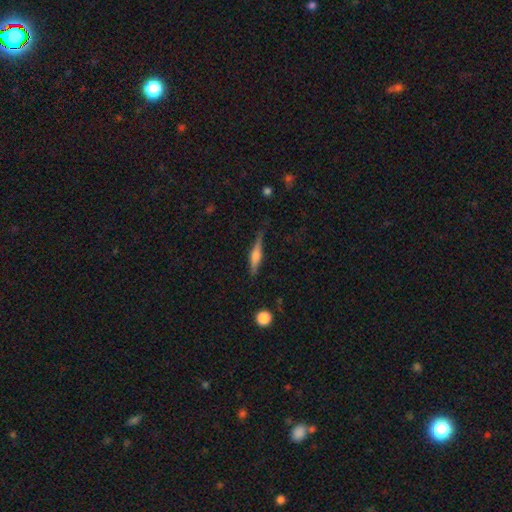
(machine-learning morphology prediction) This appears to be a featured or disk galaxy (52%) viewed edge-on (96%) with a rounded central bulge (74%). Merging: none (80%).